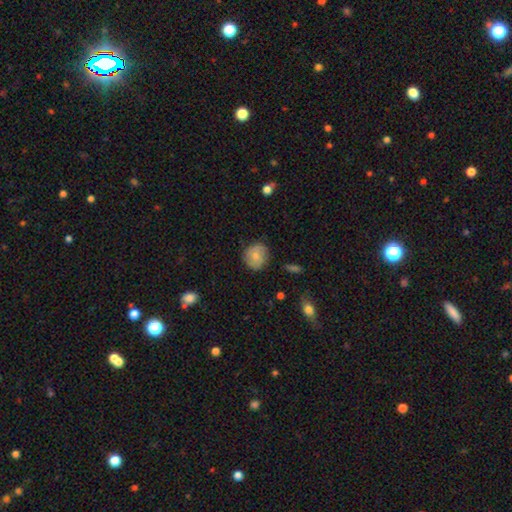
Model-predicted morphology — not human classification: smooth-or-featured: smooth: 72% | featured or disk: 21% | star or artifact: 7%
  how-rounded: round: 85% | in between: 14% | cigar-shaped: 1%
  merging: none: 78% | minor disturbance: 17% | major disturbance: 4% | merger: 1%